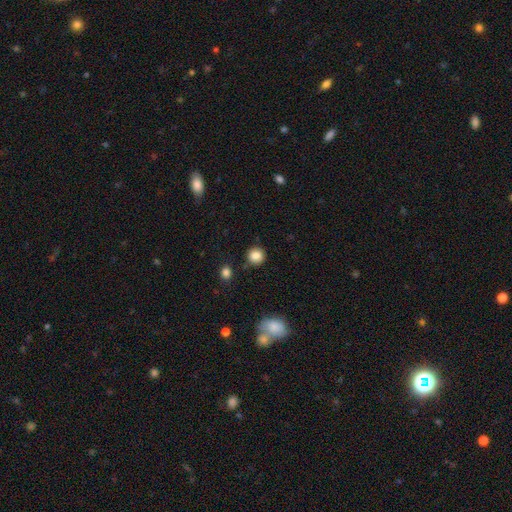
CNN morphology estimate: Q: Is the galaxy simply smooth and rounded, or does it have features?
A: smooth — 85%.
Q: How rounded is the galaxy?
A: round — 91%.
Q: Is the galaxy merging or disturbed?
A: none — 85%.